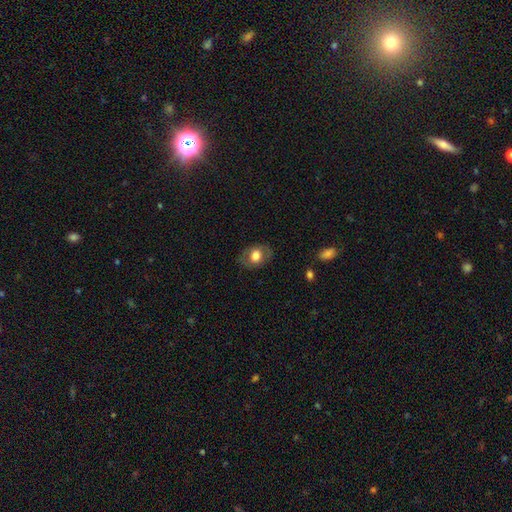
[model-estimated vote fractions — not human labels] Smooth or featured? Predicted: smooth (p=0.65). How rounded? Predicted: in between (p=0.67). Merging? Predicted: none (p=0.78).